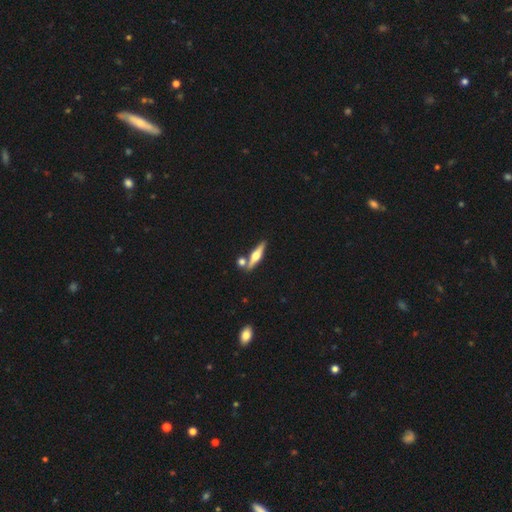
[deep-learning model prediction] This appears to be a featured or disk galaxy (67%) viewed edge-on (96%) with a rounded central bulge (93%). Merging: none (76%).